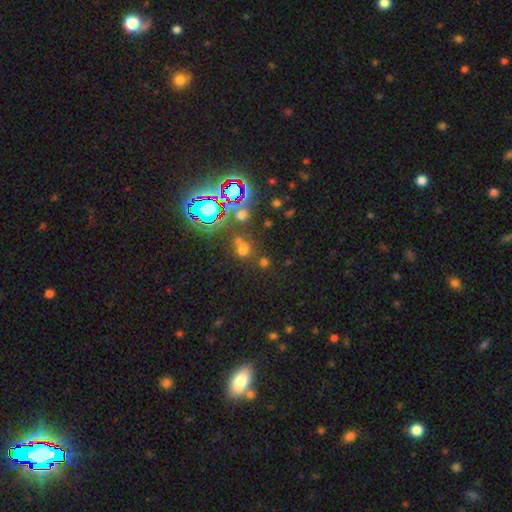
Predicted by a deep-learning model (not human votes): Q: Smooth or featured?
A: star or artifact (72%); runner-up: smooth (19%)